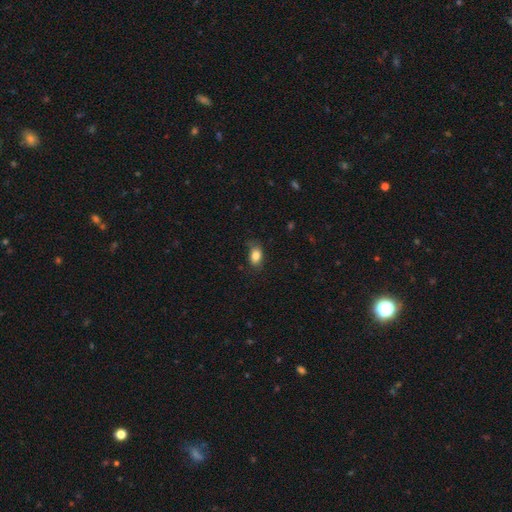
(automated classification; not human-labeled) Q: Smooth or featured?
A: smooth (84%); runner-up: star or artifact (9%)
Q: How rounded?
A: in between (84%); runner-up: round (14%)
Q: Merging?
A: none (72%); runner-up: minor disturbance (22%)